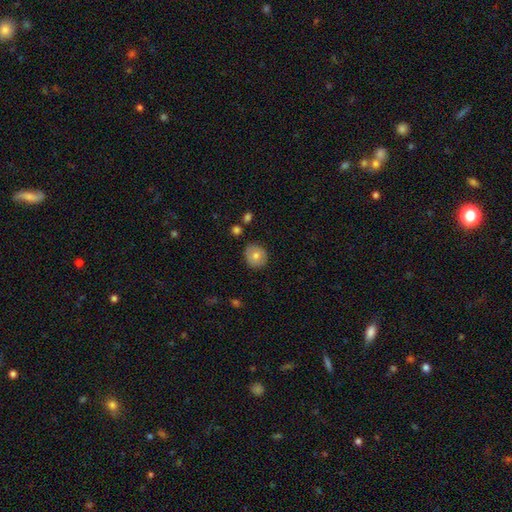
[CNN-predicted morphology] A smooth galaxy with no disk features (73%) that is round (80%). Merging: none (85%).